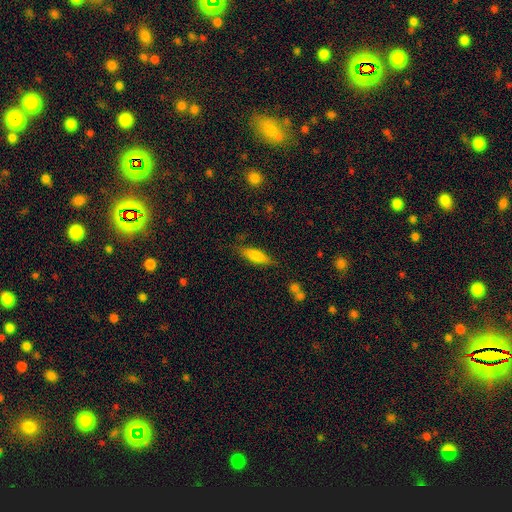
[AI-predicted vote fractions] The model was most divided on "how rounded": cigar-shaped: 60%, in between: 38%, round: 2%. More confident: merging — none (78%); smooth or featured — smooth (76%).